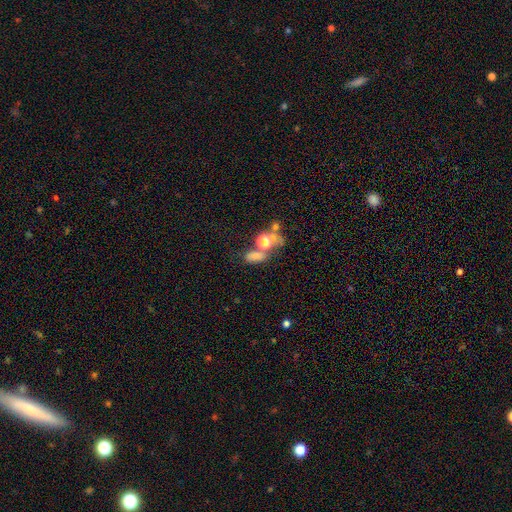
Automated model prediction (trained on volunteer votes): Overall: smooth (64%). How rounded: in between (69%). Merging: merger (39%; none 37%).